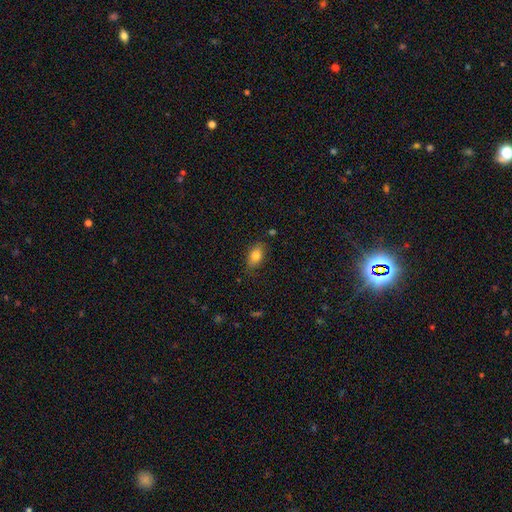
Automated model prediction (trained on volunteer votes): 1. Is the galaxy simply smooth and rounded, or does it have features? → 80% smooth, 11% featured or disk, 8% star or artifact.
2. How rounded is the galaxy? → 86% in between, 10% round, 4% cigar-shaped.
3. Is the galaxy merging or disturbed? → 79% none, 16% minor disturbance, 3% major disturbance, 2% merger.